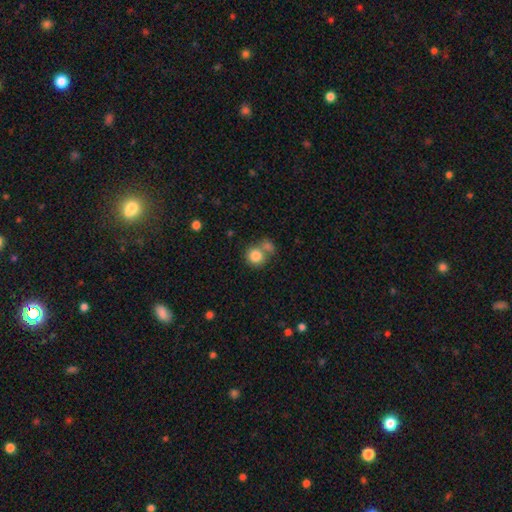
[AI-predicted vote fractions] Smooth or featured?
  - smooth: 83% *
  - star or artifact: 10%
  - featured or disk: 7%
How rounded?
  - round: 87% *
  - in between: 12%
  - cigar-shaped: 1%
Merging?
  - none: 51% *
  - merger: 36%
  - minor disturbance: 9%
  - major disturbance: 4%